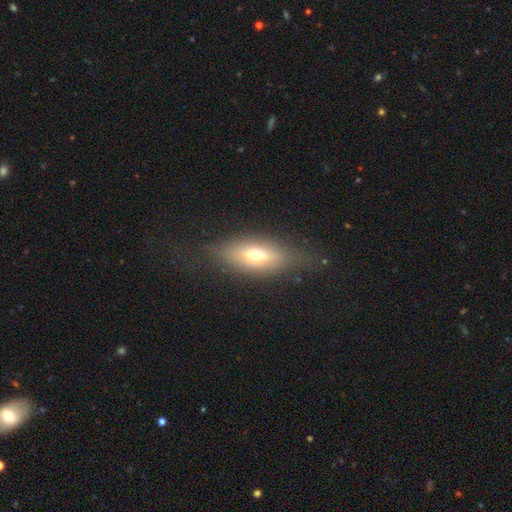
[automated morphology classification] The model was most divided on "smooth or featured": smooth: 55%, featured or disk: 35%, star or artifact: 10%. More confident: how rounded — in between (75%); merging — none (71%).